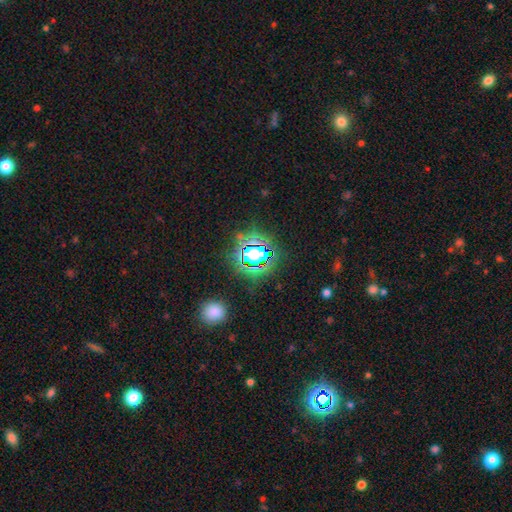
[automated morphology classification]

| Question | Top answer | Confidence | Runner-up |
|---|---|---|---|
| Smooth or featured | star or artifact | 79% | smooth (15%) |